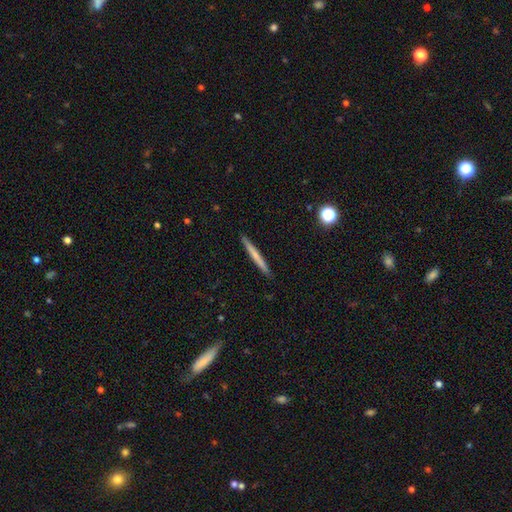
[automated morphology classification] Overall: smooth (56%; featured or disk 38%). How rounded: cigar-shaped (97%). Merging: none (92%).